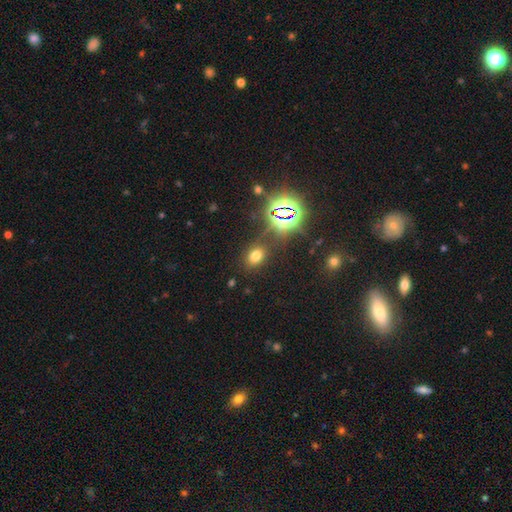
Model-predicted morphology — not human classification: A smooth galaxy with no disk features (62%) that is in between round and cigar-shaped (68%).

Vote fractions:
- Smooth or featured? smooth: 62% / star or artifact: 30% / featured or disk: 8%
- How rounded? in between: 68% / round: 30% / cigar-shaped: 1%
- Merging? none: 82% / minor disturbance: 10% / major disturbance: 4% / merger: 4%